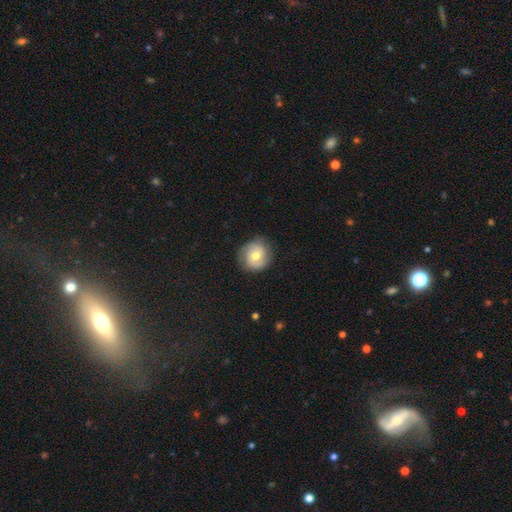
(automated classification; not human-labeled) Q: Smooth or featured?
A: featured or disk (49%); runner-up: smooth (43%)
Q: Merging?
A: none (82%); runner-up: minor disturbance (13%)